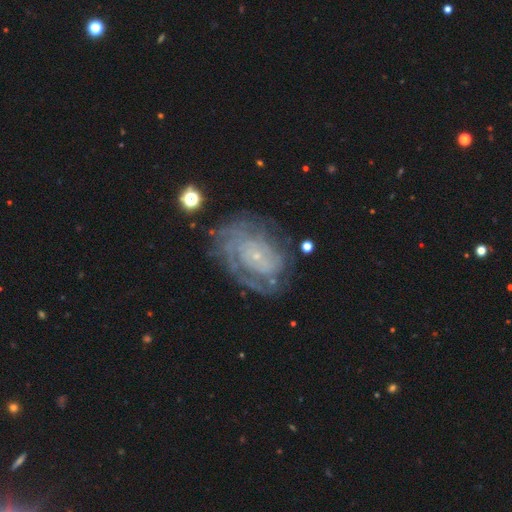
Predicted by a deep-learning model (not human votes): Q: Smooth or featured?
A: featured or disk (82%); runner-up: smooth (10%)
Q: Edge-on disk?
A: no (97%); runner-up: yes (3%)
Q: Bar?
A: no (78%); runner-up: weak (17%)
Q: Spiral arms?
A: yes (91%); runner-up: no (9%)
Q: Spiral winding?
A: tight (73%); runner-up: medium (21%)
Q: Spiral arm count?
A: can't tell (43%); runner-up: 2 (16%)
Q: Bulge size?
A: small (88%); runner-up: moderate (6%)
Q: Merging?
A: none (69%); runner-up: minor disturbance (19%)